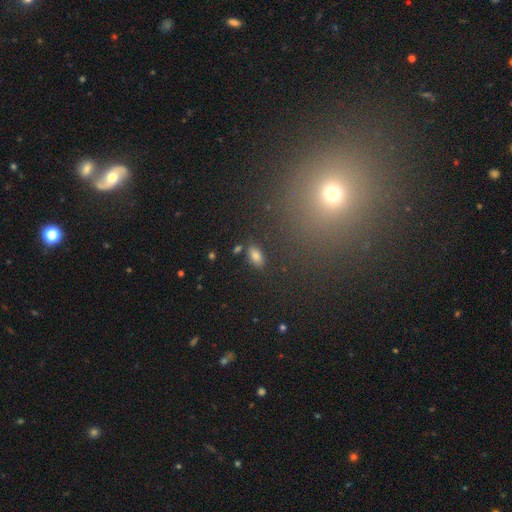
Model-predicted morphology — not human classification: A smooth galaxy with no disk features (78%) that is in between round and cigar-shaped (90%).

Vote fractions:
- Smooth or featured? smooth: 78% / star or artifact: 14% / featured or disk: 8%
- How rounded? in between: 90% / round: 5% / cigar-shaped: 5%
- Merging? none: 85% / minor disturbance: 9% / merger: 3% / major disturbance: 3%